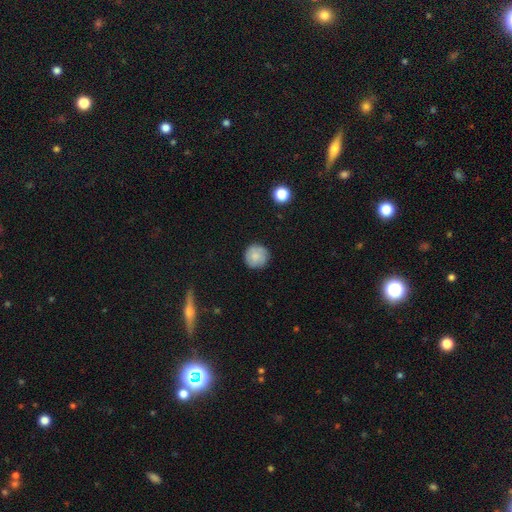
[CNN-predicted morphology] Smooth or featured?
  - smooth: 76% *
  - featured or disk: 16%
  - star or artifact: 8%
How rounded?
  - round: 94% *
  - in between: 5%
  - cigar-shaped: 1%
Merging?
  - none: 84% *
  - minor disturbance: 12%
  - major disturbance: 3%
  - merger: 1%